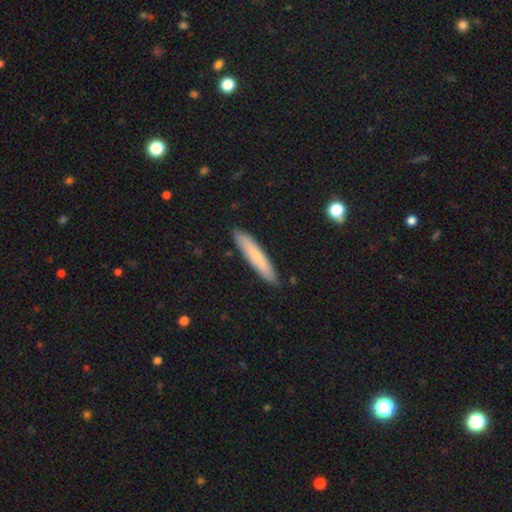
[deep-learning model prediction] A smooth galaxy with no disk features (72%) that is cigar-shaped (91%). Merging: none (89%).